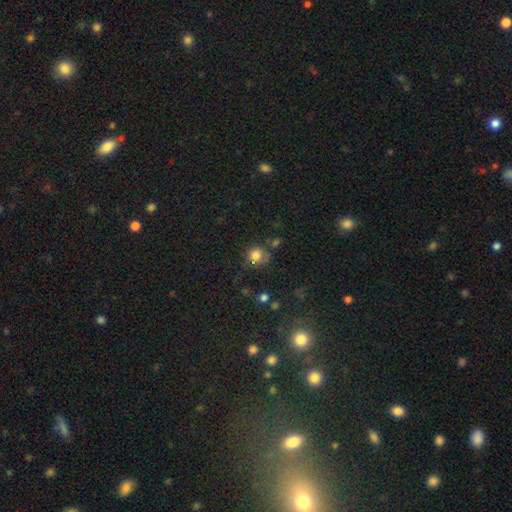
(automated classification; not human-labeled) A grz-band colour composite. It shows a smooth galaxy with no disk features (80%) that is round (81%). Merging: none (59%).